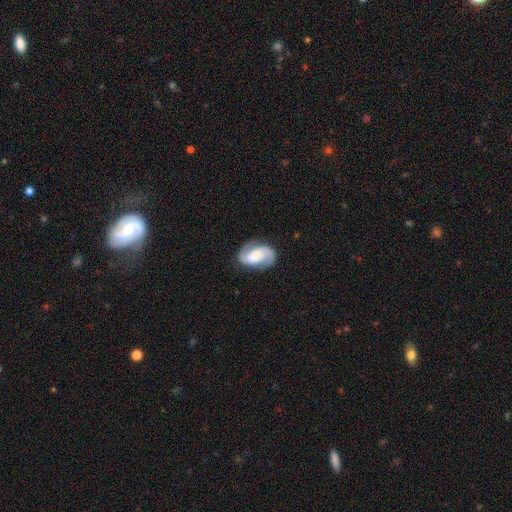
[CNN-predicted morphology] Smooth or featured?
  - featured or disk: 77% *
  - smooth: 17%
  - star or artifact: 6%
Edge-on disk?
  - no: 98% *
  - yes: 2%
Bar?
  - no: 45% *
  - weak: 38%
  - strong: 17%
Spiral arms?
  - yes: 95% *
  - no: 5%
Spiral winding?
  - medium: 47% *
  - loose: 27%
  - tight: 26%
Spiral arm count?
  - 2: 91% *
  - can't tell: 3%
  - 1: 2%
  - 3: 1%
  - 4: 1%
  - more than 4: 1%
Bulge size?
  - moderate: 38% *
  - small: 32%
  - large: 18%
  - none: 8%
  - dominant: 4%
Merging?
  - none: 79% *
  - minor disturbance: 14%
  - major disturbance: 5%
  - merger: 1%